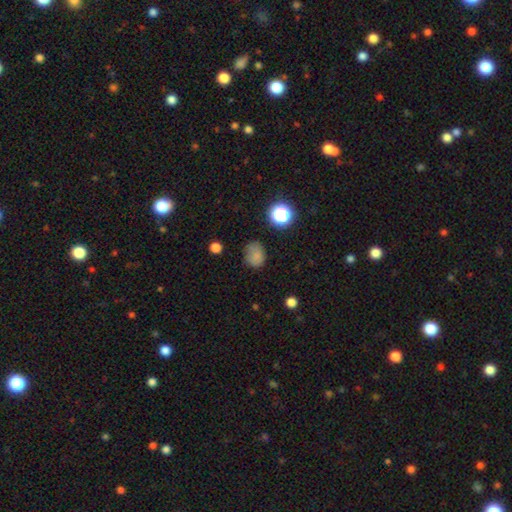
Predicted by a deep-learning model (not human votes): The model was most divided on "how rounded": in between: 54%, round: 45%, cigar-shaped: 1%. More confident: smooth or featured — smooth (78%); merging — none (63%).